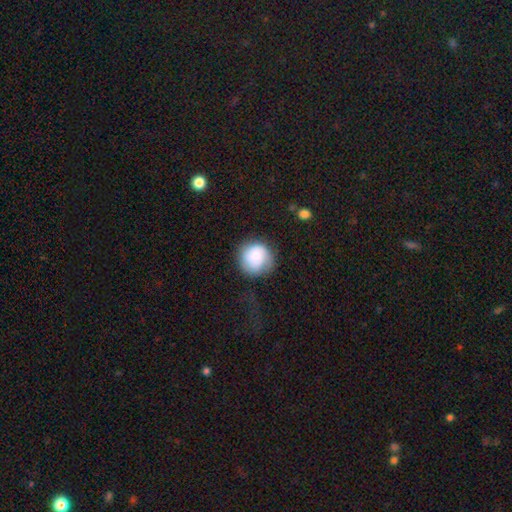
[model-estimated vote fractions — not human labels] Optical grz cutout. It shows a smooth galaxy with no disk features (73%) that is round (91%). Merging: none (60%).